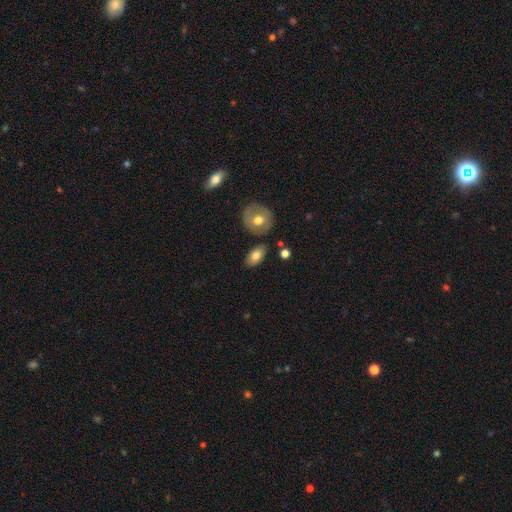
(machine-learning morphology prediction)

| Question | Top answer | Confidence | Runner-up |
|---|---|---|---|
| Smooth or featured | smooth | 76% | featured or disk (17%) |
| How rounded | in between | 88% | round (9%) |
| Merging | none | 80% | minor disturbance (11%) |